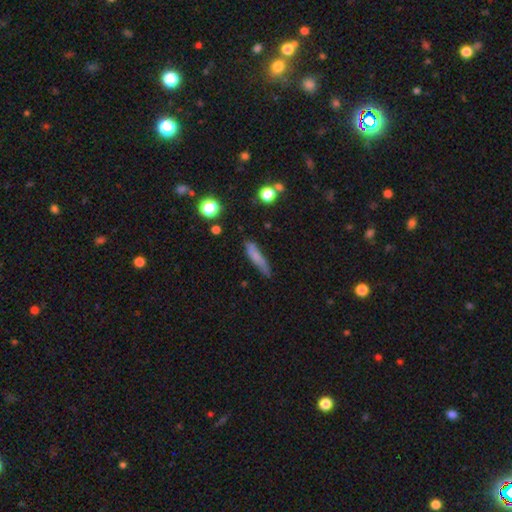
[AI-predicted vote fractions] Smooth or featured? smooth (70%)
How rounded? cigar-shaped (82%)
Merging? none (68%)